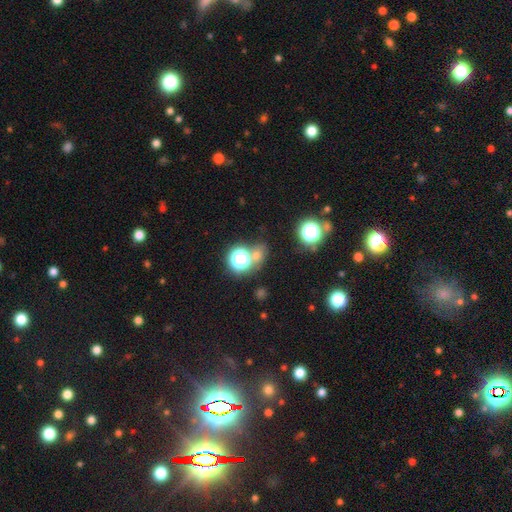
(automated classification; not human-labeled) smooth 53%, star or artifact 38%, featured or disk 9%. Down the decision tree: how rounded — round (75%); merging — none (61%).